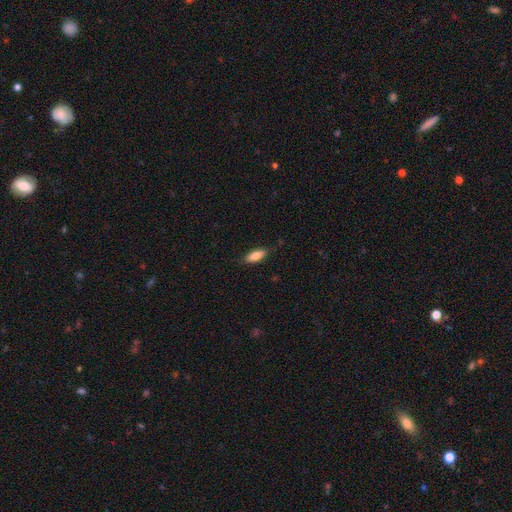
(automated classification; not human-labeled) Smooth or featured? smooth (81%)
How rounded? in between (73%)
Merging? none (82%)